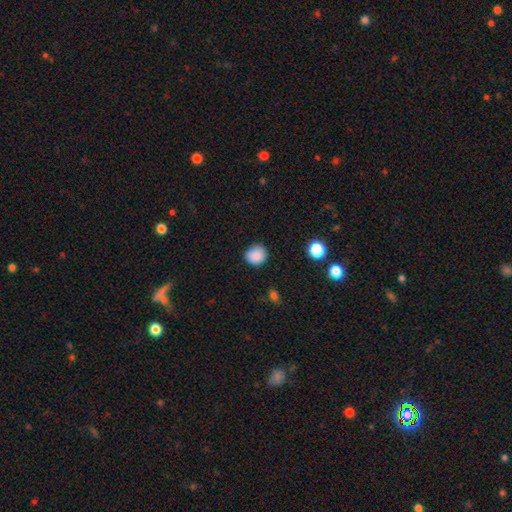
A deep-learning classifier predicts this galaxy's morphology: smooth_or_featured: smooth (p=0.87) [alt: star or artifact p=0.09]
how_rounded: round (p=0.83) [alt: in between p=0.16]
merging: none (p=0.85) [alt: minor disturbance p=0.12]